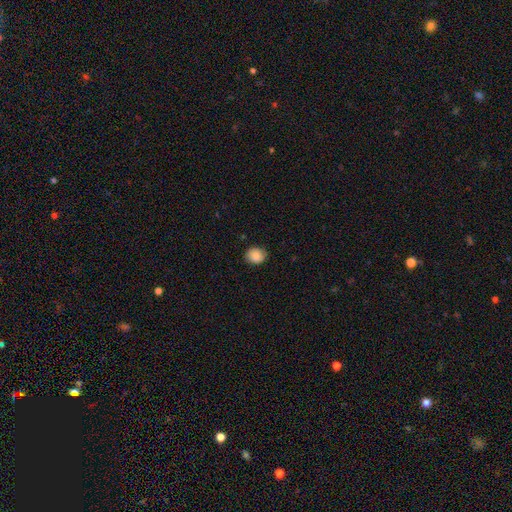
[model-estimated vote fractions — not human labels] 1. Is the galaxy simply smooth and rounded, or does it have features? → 84% smooth, 8% star or artifact, 8% featured or disk.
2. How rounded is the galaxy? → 67% round, 32% in between, 1% cigar-shaped.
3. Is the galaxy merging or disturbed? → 84% none, 12% minor disturbance, 2% major disturbance, 1% merger.